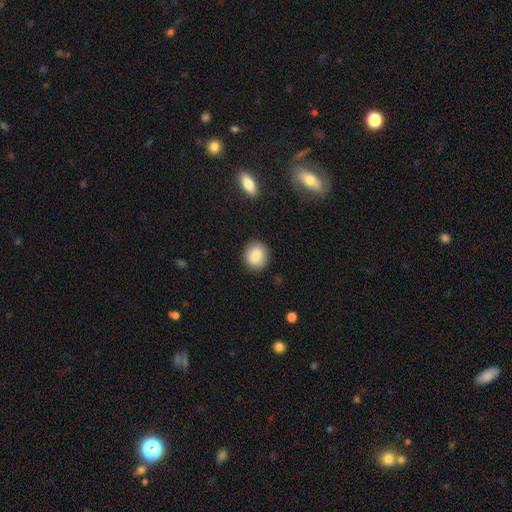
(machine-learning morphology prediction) smooth_or_featured: smooth (p=0.86) [alt: star or artifact p=0.08]
how_rounded: round (p=0.74) [alt: in between p=0.25]
merging: none (p=0.88) [alt: minor disturbance p=0.08]